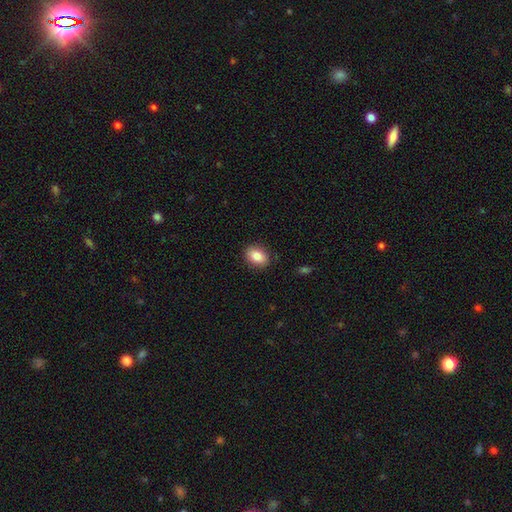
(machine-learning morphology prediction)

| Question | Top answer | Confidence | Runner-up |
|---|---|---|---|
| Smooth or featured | smooth | 84% | star or artifact (8%) |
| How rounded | in between | 74% | round (25%) |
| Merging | none | 88% | minor disturbance (9%) |